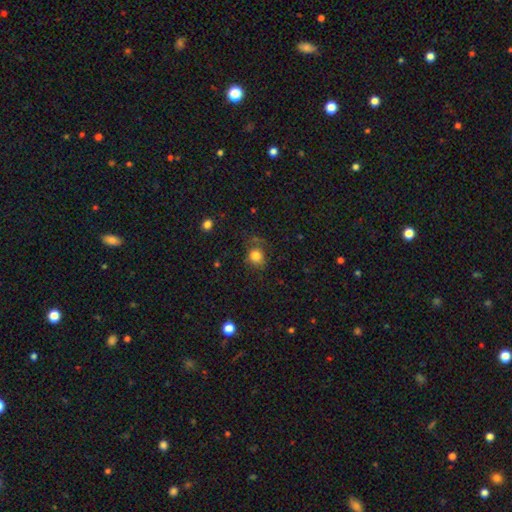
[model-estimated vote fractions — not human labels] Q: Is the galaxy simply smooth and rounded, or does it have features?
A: smooth — 81%.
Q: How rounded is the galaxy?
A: round — 72%.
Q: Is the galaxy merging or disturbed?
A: none — 70%.